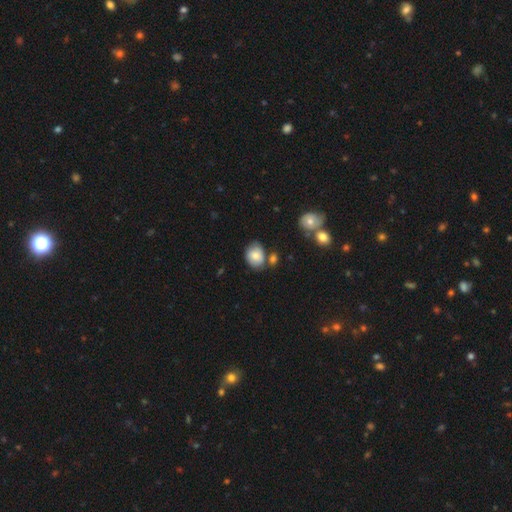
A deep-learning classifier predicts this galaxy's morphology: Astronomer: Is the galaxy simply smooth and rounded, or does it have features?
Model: smooth — 77%.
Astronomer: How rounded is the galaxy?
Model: round — 53% (runner-up: in between, 46%).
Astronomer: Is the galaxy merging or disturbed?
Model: none — 62%.